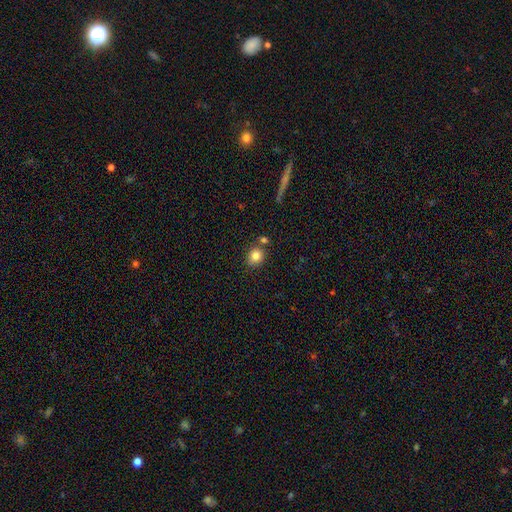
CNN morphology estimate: This appears to be a smooth galaxy with no disk features (83%) that is round (71%). Merging: none (71%).